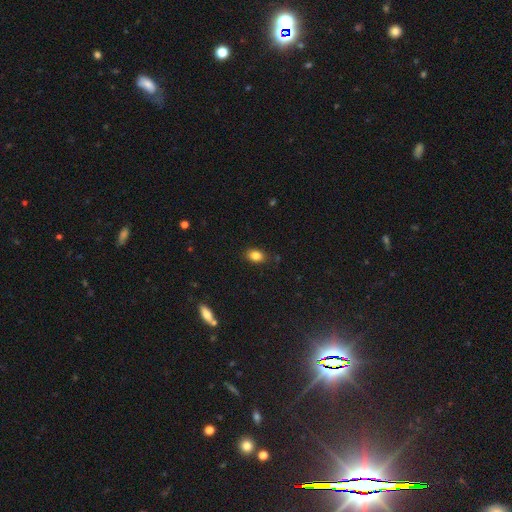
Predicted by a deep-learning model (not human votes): smooth-or-featured: smooth: 84% | star or artifact: 10% | featured or disk: 6%
  how-rounded: in between: 79% | round: 19% | cigar-shaped: 1%
  merging: none: 86% | minor disturbance: 10% | major disturbance: 2% | merger: 1%